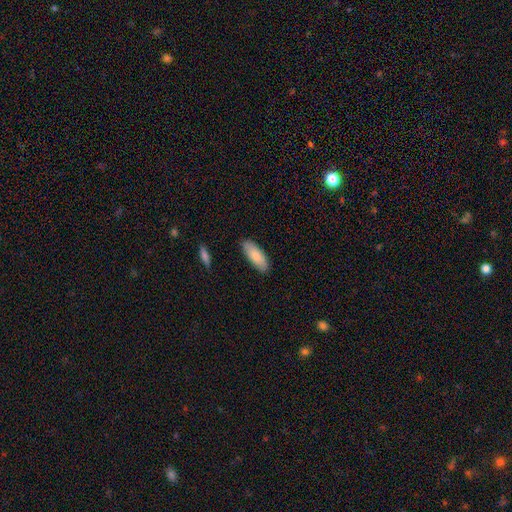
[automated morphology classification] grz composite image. It shows a smooth galaxy with no disk features (85%) that is in between round and cigar-shaped (75%). Merging: none (87%).